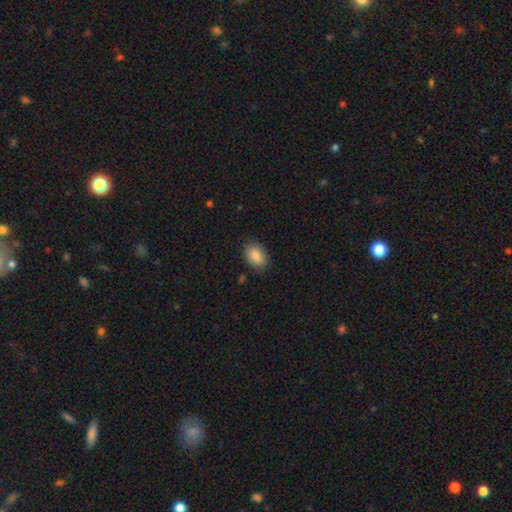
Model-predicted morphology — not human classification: A smooth galaxy with no disk features (86%) that is in between round and cigar-shaped (86%).

Vote fractions:
- Smooth or featured? smooth: 86% / featured or disk: 7% / star or artifact: 7%
- How rounded? in between: 86% / round: 13% / cigar-shaped: 1%
- Merging? none: 83% / minor disturbance: 13% / major disturbance: 3% / merger: 1%